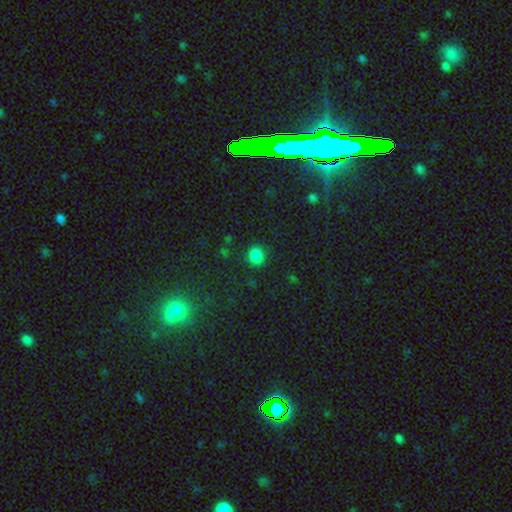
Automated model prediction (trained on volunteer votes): The model was most divided on "how rounded": round: 64%, in between: 34%, cigar-shaped: 1%. More confident: merging — none (82%); smooth or featured — smooth (80%).